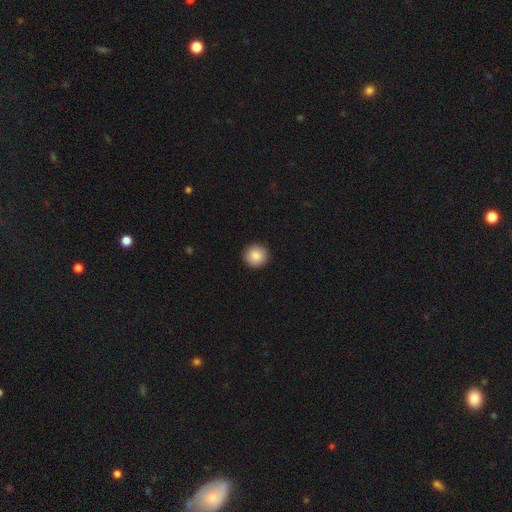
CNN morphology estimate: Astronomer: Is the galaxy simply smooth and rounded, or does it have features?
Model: smooth — 87%.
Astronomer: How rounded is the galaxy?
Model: round — 94%.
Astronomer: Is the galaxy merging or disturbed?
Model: none — 93%.